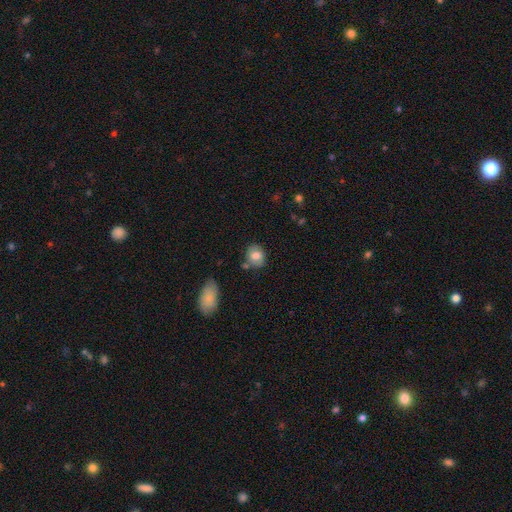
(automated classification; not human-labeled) The model was most divided on "how rounded": round: 55%, in between: 44%, cigar-shaped: 1%. More confident: smooth or featured — smooth (74%); merging — none (70%).